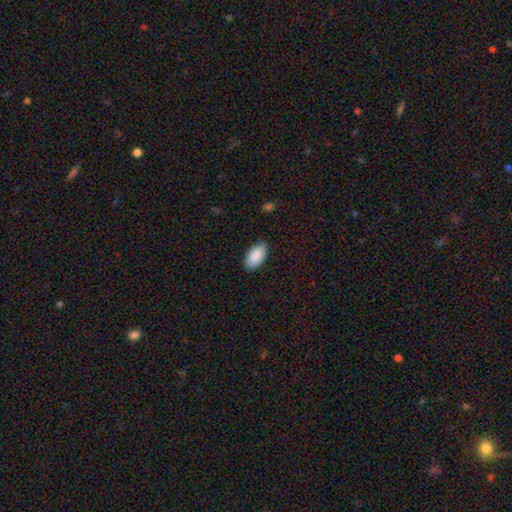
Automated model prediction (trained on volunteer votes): Overall: smooth (90%). How rounded: in between (95%). Merging: none (88%).